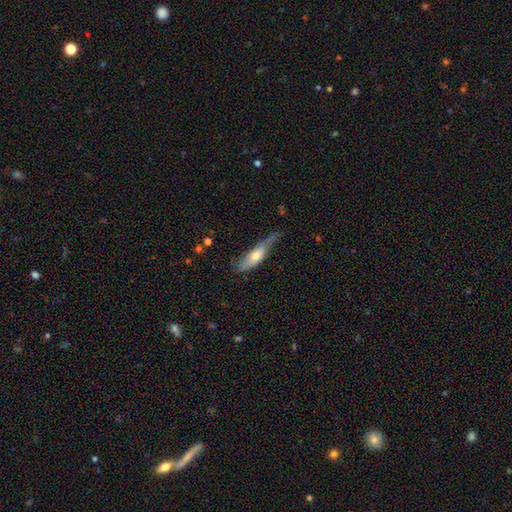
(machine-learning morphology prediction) Smooth or featured: smooth — 58% (featured or disk — 36%)
How rounded: cigar-shaped — 53% (in between — 45%)
Merging: minor disturbance — 40% (none — 38%)